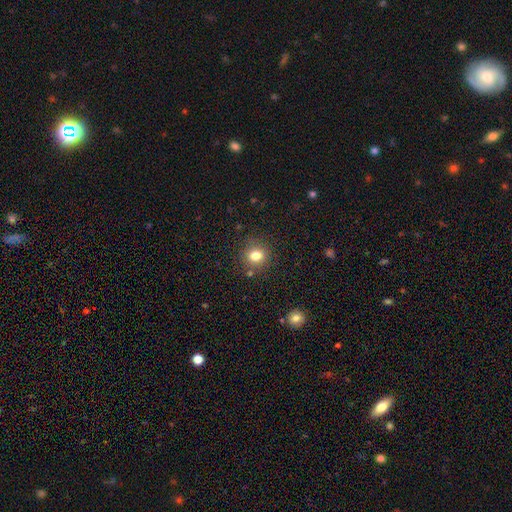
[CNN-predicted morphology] Smooth or featured?
  - smooth: 80% *
  - star or artifact: 13%
  - featured or disk: 7%
How rounded?
  - round: 79% *
  - in between: 20%
  - cigar-shaped: 1%
Merging?
  - none: 83% *
  - minor disturbance: 10%
  - merger: 4%
  - major disturbance: 3%